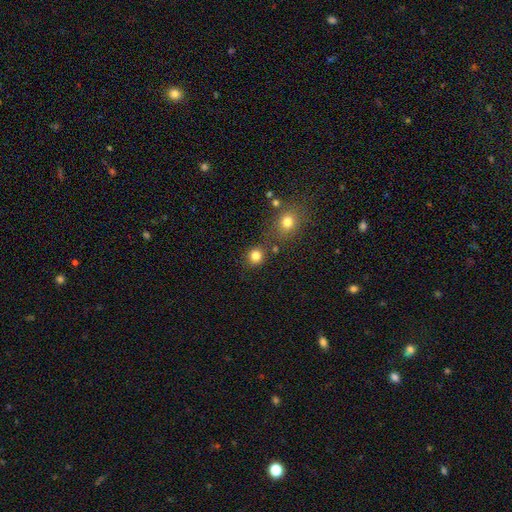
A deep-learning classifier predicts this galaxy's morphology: smooth 82%, star or artifact 13%, featured or disk 5%. Down the decision tree: how rounded — round (89%); merging — none (78%).